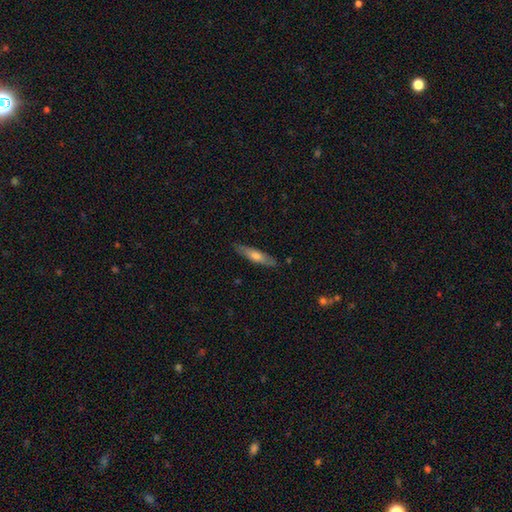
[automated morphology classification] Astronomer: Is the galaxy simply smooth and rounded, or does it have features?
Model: smooth — 56% (runner-up: featured or disk, 38%).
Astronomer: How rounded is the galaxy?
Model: cigar-shaped — 79%.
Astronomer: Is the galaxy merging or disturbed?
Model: none — 85%.